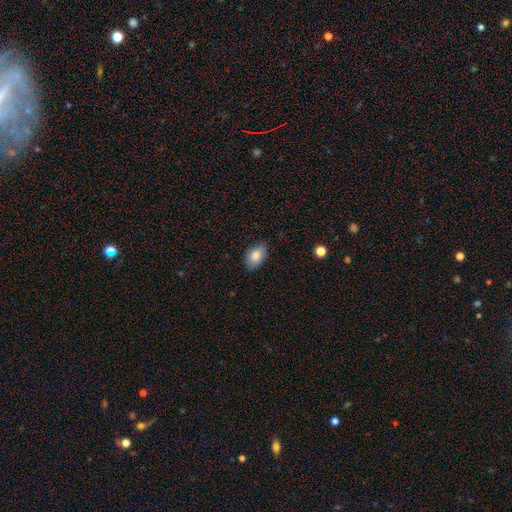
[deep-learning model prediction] smooth 84%, featured or disk 9%, star or artifact 7%. Down the decision tree: how rounded — in between (91%); merging — none (83%).